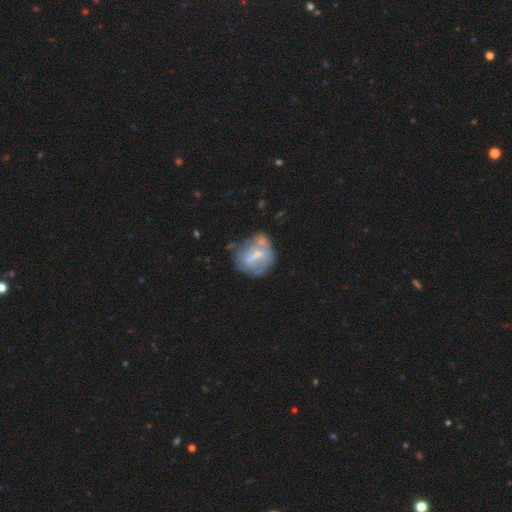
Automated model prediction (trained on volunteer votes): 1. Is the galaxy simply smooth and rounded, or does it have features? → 53% featured or disk, 39% smooth, 8% star or artifact.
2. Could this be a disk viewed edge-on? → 96% no, 4% yes.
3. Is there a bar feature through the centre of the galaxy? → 42% weak, 33% no, 25% strong.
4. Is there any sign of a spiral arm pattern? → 73% no, 27% yes.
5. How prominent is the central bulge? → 39% small, 33% moderate, 23% none, 4% large, 1% dominant.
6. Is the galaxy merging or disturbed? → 45% none, 23% minor disturbance, 19% merger, 14% major disturbance.